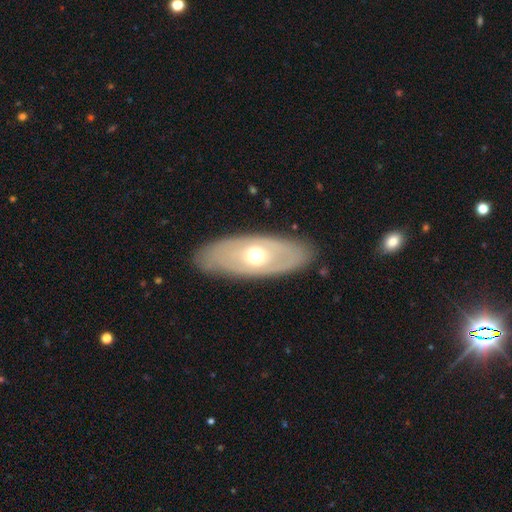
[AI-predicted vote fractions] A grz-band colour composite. It shows a featured or disk galaxy (58%). Merging: none (84%).